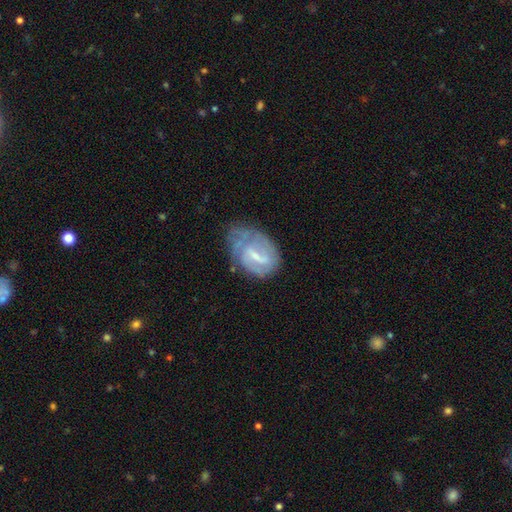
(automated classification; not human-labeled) This is likely a featured or disk galaxy (71%). It is clearly not viewed edge-on (97%). Bar: possibly weak (55%). Spiral arm pattern: likely yes (79%). Spiral arm count: marginally 2 (39%). Spiral winding: marginally tight (44%). Central bulge: possibly small (52%). Merging: marginally none (44%).